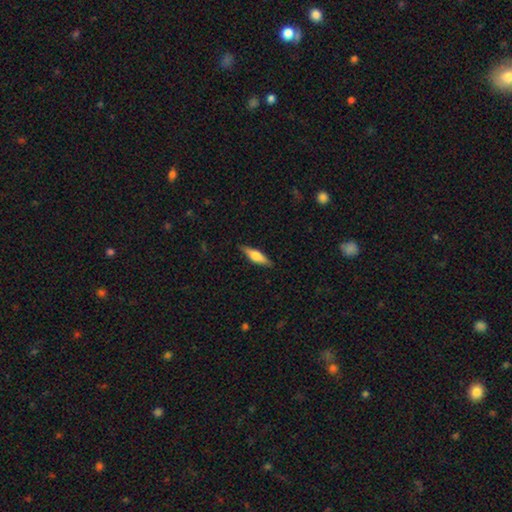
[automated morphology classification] Smooth or featured? smooth (58%)
How rounded? cigar-shaped (61%)
Merging? none (86%)